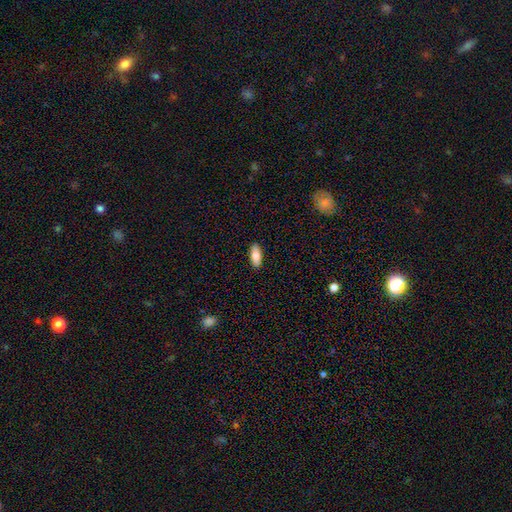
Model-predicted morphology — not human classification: smooth-or-featured: smooth: 84% | featured or disk: 10% | star or artifact: 6%
  how-rounded: in between: 81% | cigar-shaped: 17% | round: 2%
  merging: none: 90% | minor disturbance: 7% | major disturbance: 2% | merger: 1%